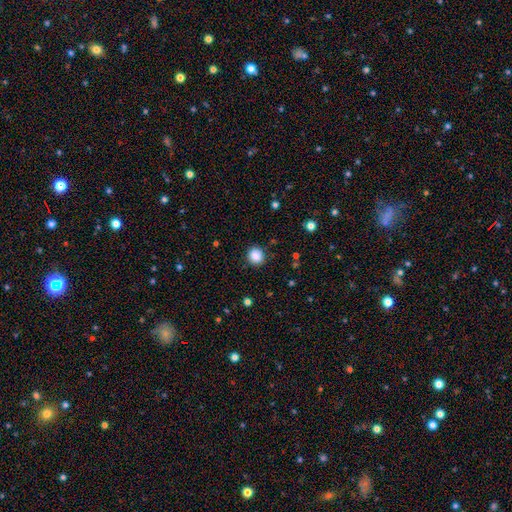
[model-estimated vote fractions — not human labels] Smooth or featured? Predicted: smooth (p=0.87). How rounded? Predicted: round (p=0.86). Merging? Predicted: none (p=0.89).